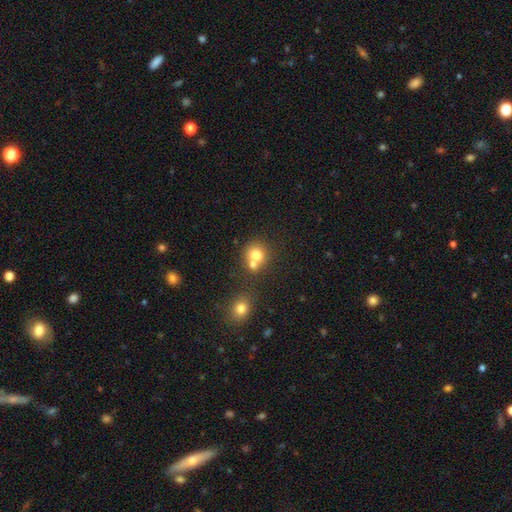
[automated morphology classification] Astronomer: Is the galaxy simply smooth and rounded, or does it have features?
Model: smooth — 74%.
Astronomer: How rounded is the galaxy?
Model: round — 83%.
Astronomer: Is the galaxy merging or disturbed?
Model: merger — 48% (runner-up: none, 42%).